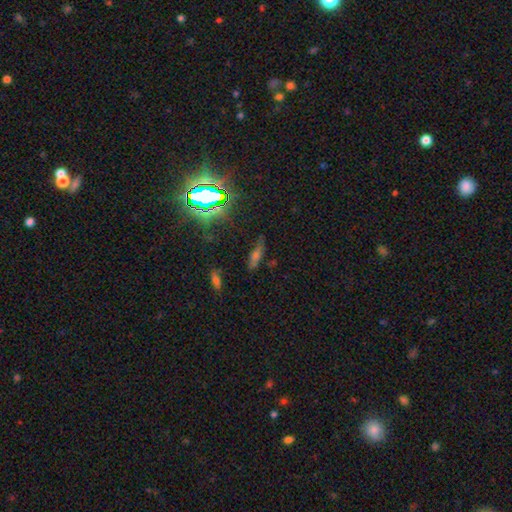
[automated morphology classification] This is marginally a star or artifact rather than a galaxy (39%).